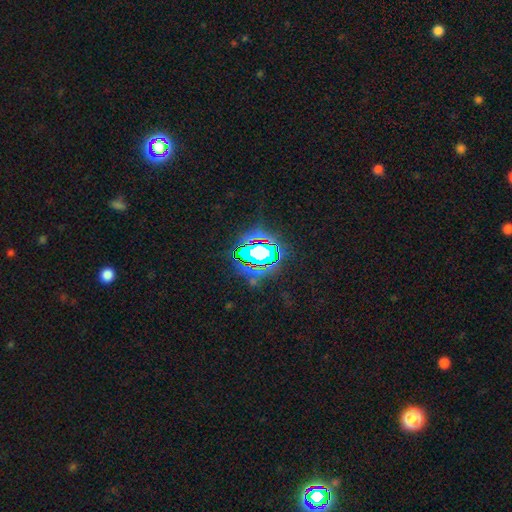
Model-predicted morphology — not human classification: star or artifact 79%, smooth 12%, featured or disk 9%.